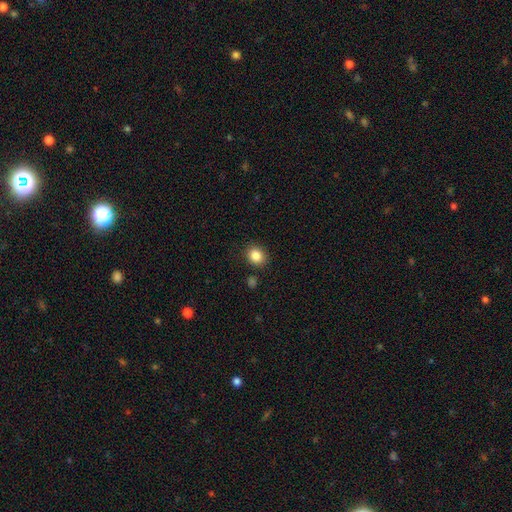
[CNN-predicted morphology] This appears to be a smooth galaxy with no disk features (86%) that is round (65%). Merging: none (87%).